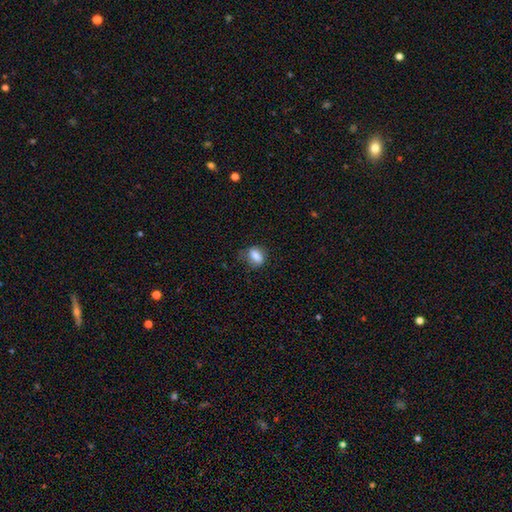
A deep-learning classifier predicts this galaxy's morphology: A smooth galaxy with no disk features (77%) that is in between round and cigar-shaped (65%).

Vote fractions:
- Smooth or featured? smooth: 77% / featured or disk: 14% / star or artifact: 9%
- How rounded? in between: 65% / round: 32% / cigar-shaped: 3%
- Merging? none: 68% / minor disturbance: 24% / major disturbance: 7% / merger: 1%